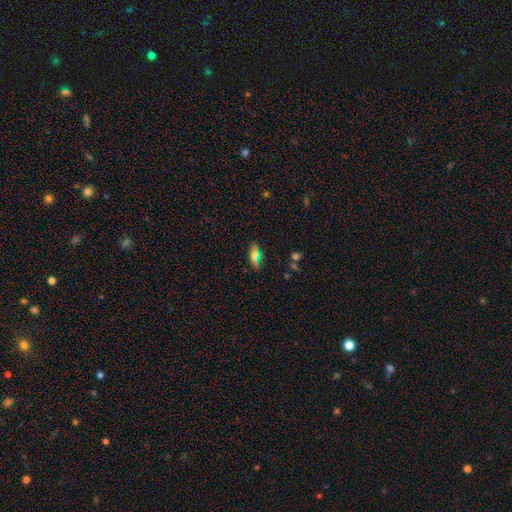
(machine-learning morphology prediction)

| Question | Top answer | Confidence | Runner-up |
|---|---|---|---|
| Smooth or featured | smooth | 62% | featured or disk (23%) |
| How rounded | in between | 69% | cigar-shaped (26%) |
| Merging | none | 80% | minor disturbance (13%) |